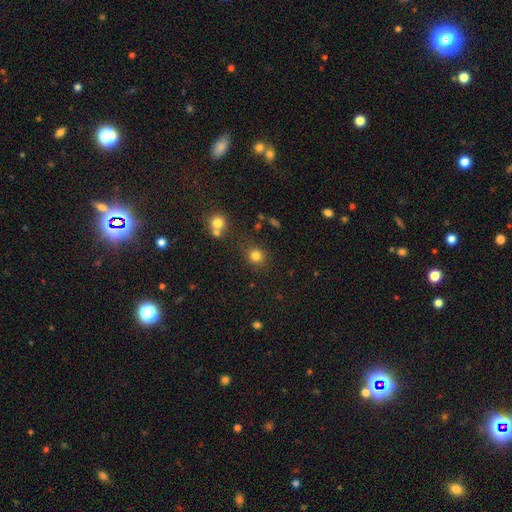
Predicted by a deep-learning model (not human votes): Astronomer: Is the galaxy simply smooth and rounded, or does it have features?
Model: smooth — 80%.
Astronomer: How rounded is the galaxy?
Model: round — 85%.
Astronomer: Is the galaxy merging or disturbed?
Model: none — 80%.